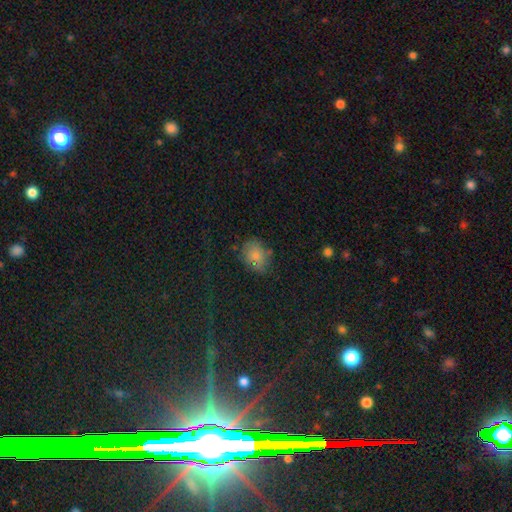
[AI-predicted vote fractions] Morphology: type=smooth (78%); roundness=in between (53%); merging=none (64%).